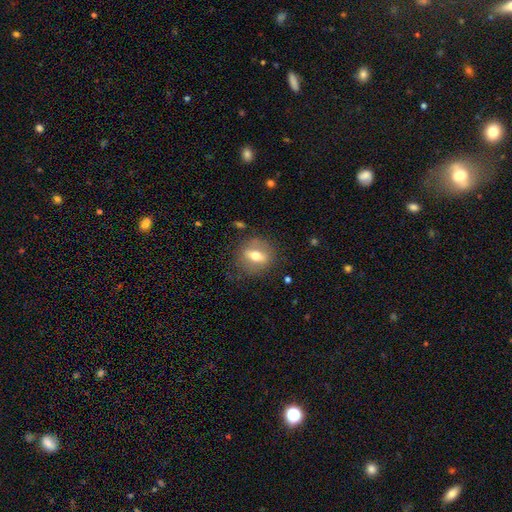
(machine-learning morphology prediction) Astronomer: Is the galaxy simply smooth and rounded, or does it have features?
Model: smooth — 47% (runner-up: featured or disk, 44%).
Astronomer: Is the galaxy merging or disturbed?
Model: none — 83%.